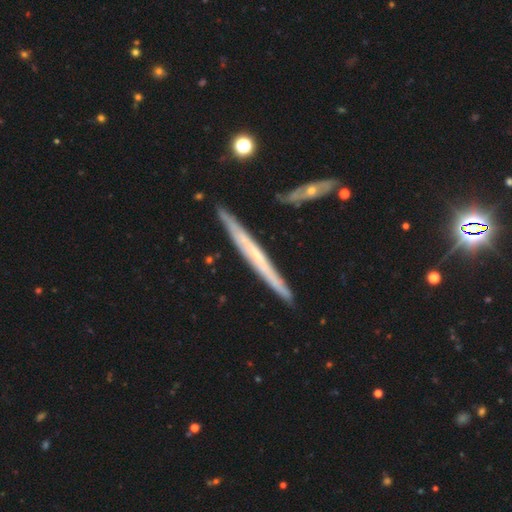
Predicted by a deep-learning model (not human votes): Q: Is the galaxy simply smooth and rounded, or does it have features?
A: featured or disk — 64%.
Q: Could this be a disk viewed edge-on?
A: yes — 93%.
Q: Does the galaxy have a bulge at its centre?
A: none — 76%.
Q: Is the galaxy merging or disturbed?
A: none — 86%.